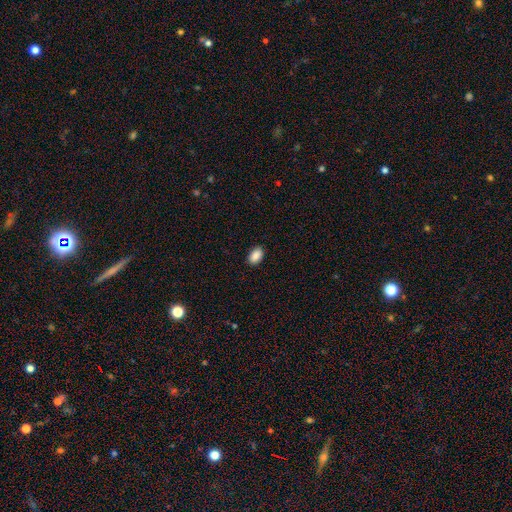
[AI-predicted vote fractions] Overall: smooth (90%). How rounded: in between (91%). Merging: none (89%).